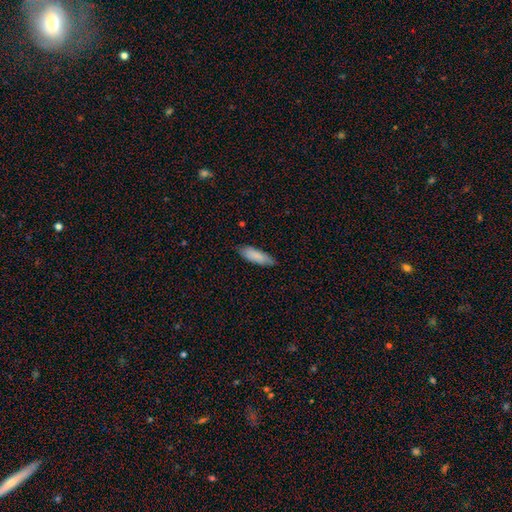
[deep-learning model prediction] Morphology: type=smooth (86%); roundness=in between (54%); merging=none (81%).